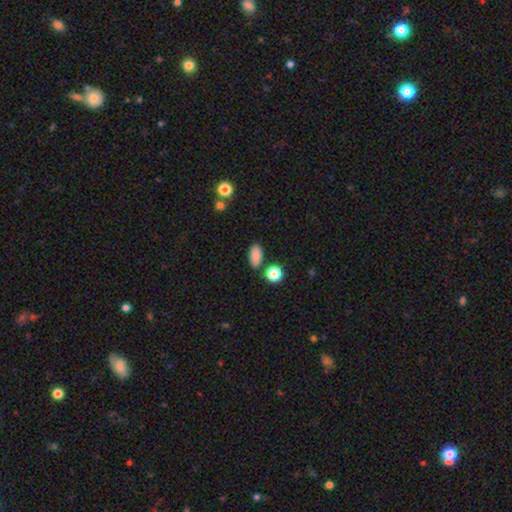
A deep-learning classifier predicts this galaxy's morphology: smooth_or_featured: smooth (p=0.86) [alt: star or artifact p=0.10]
how_rounded: in between (p=0.89) [alt: round p=0.07]
merging: none (p=0.81) [alt: minor disturbance p=0.10]